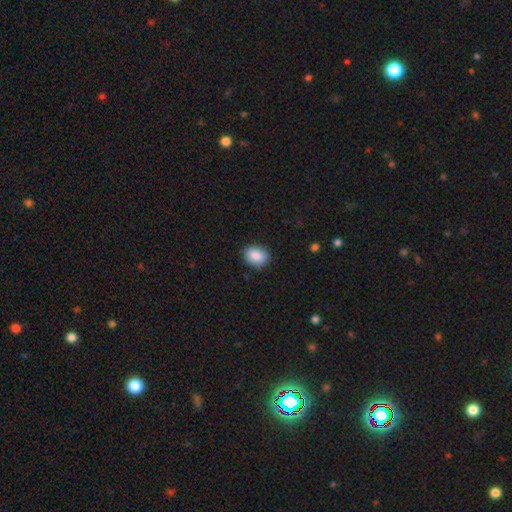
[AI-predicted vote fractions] smooth_or_featured: smooth (p=0.88) [alt: star or artifact p=0.07]
how_rounded: in between (p=0.63) [alt: round p=0.36]
merging: none (p=0.87) [alt: minor disturbance p=0.10]